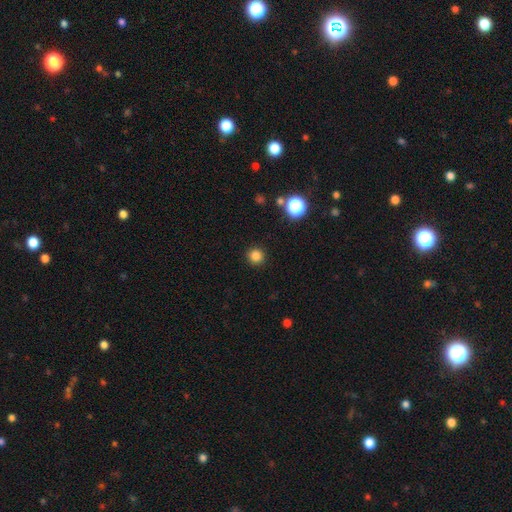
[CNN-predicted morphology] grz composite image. It shows a smooth galaxy with no disk features (83%) that is round (94%). Merging: none (92%).